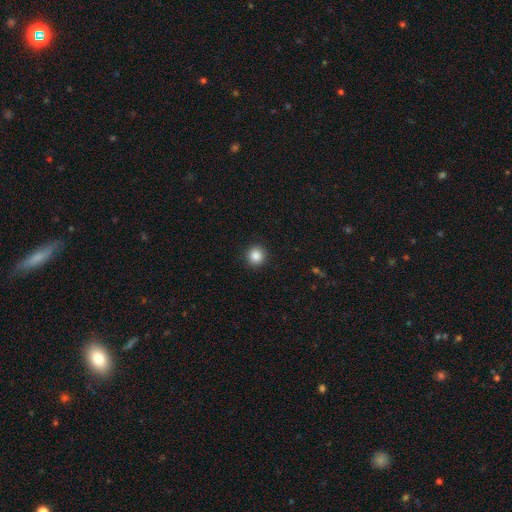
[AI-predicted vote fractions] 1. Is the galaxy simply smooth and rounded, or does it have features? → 86% smooth, 10% star or artifact, 4% featured or disk.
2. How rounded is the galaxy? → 94% round, 5% in between, 1% cigar-shaped.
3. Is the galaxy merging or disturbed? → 92% none, 5% minor disturbance, 2% major disturbance, 1% merger.